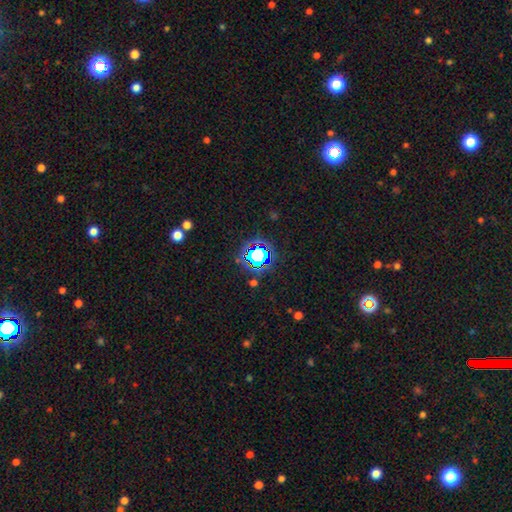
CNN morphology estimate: smooth_or_featured: star or artifact (p=0.65) [alt: smooth p=0.24]